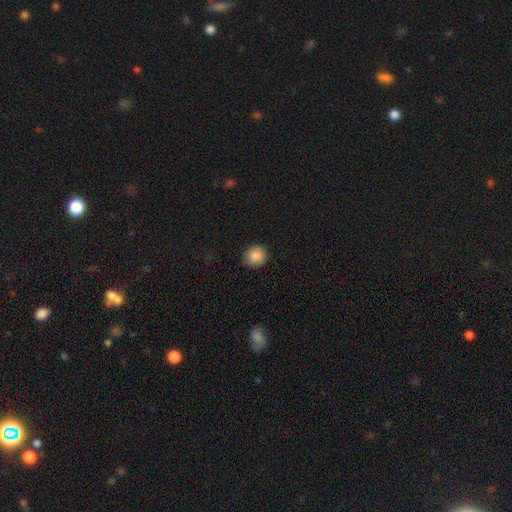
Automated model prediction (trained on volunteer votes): A smooth galaxy with no disk features (87%) that is round (86%).

Vote fractions:
- Smooth or featured? smooth: 87% / star or artifact: 9% / featured or disk: 4%
- How rounded? round: 86% / in between: 13% / cigar-shaped: 1%
- Merging? none: 89% / minor disturbance: 8% / major disturbance: 2% / merger: 1%